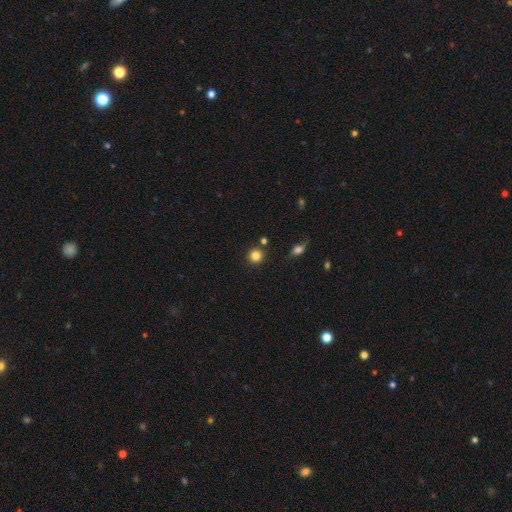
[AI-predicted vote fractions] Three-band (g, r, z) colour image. It shows a smooth galaxy with no disk features (83%) that is round (92%). Merging: none (85%).